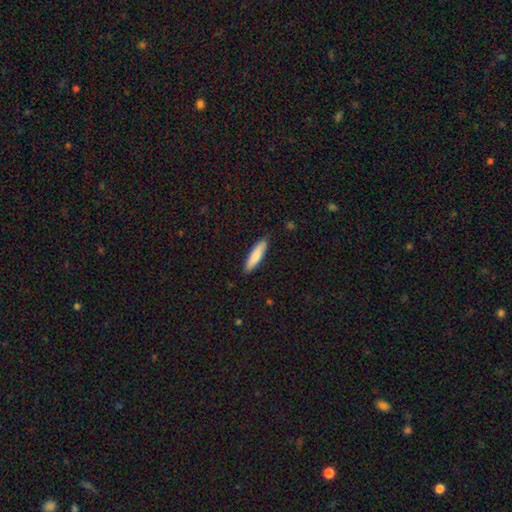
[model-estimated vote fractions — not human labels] smooth 82%, featured or disk 13%, star or artifact 5%. Down the decision tree: how rounded — cigar-shaped (74%); merging — none (88%).